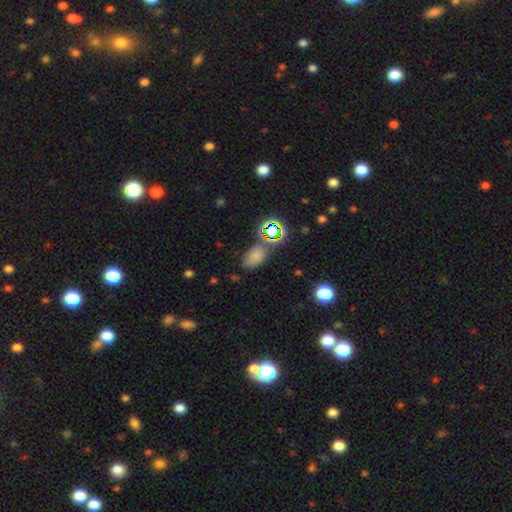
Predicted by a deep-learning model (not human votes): Smooth or featured? Predicted: smooth (p=0.65). How rounded? Predicted: in between (p=0.88). Merging? Predicted: none (p=0.64).